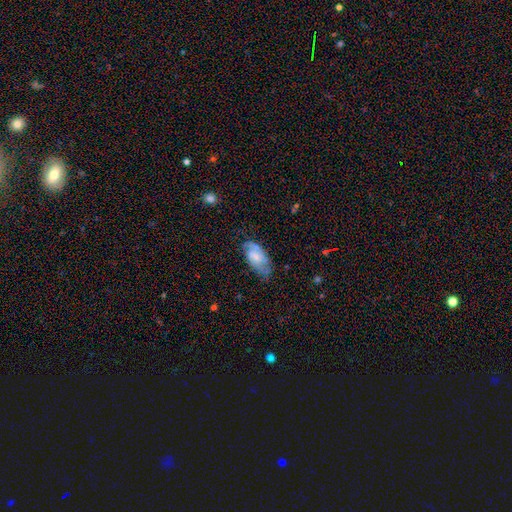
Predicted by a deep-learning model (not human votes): Q: Smooth or featured?
A: featured or disk (67%); runner-up: smooth (26%)
Q: Edge-on disk?
A: no (95%); runner-up: yes (5%)
Q: Bar?
A: no (45%); tied with: weak (45%)
Q: Spiral arms?
A: yes (91%); runner-up: no (9%)
Q: Spiral winding?
A: medium (46%); runner-up: tight (37%)
Q: Spiral arm count?
A: 2 (70%); runner-up: can't tell (16%)
Q: Bulge size?
A: small (49%); runner-up: moderate (28%)
Q: Merging?
A: none (68%); runner-up: minor disturbance (22%)